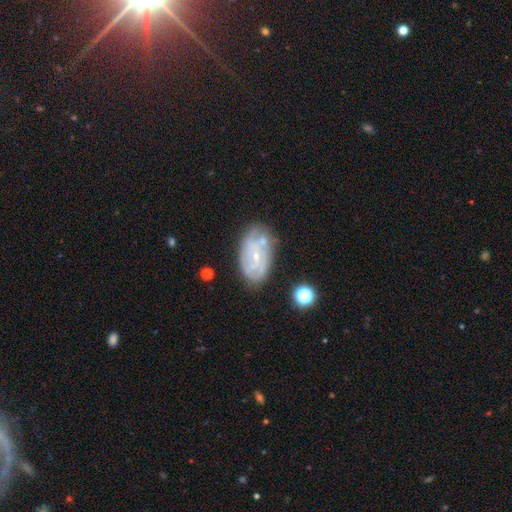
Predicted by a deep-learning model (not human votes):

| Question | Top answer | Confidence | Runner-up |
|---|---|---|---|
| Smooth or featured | featured or disk | 73% | smooth (19%) |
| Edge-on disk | no | 95% | yes (5%) |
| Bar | no | 64% | weak (30%) |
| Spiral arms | yes | 81% | no (19%) |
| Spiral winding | tight | 53% | medium (35%) |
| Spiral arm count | can't tell | 41% | 2 (26%) |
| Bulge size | small | 73% | moderate (23%) |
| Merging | none | 64% | minor disturbance (21%) |